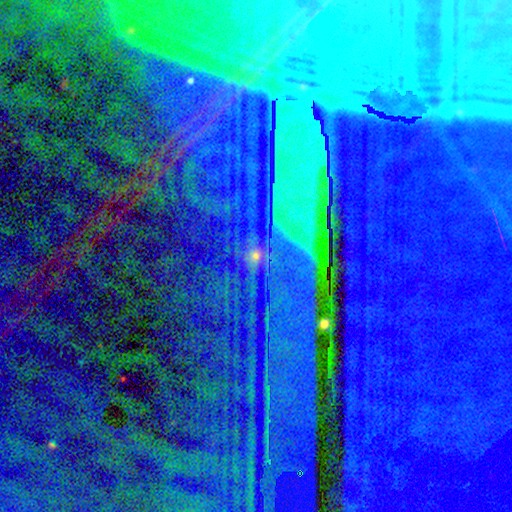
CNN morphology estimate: A star or artifact, not a galaxy (82%).